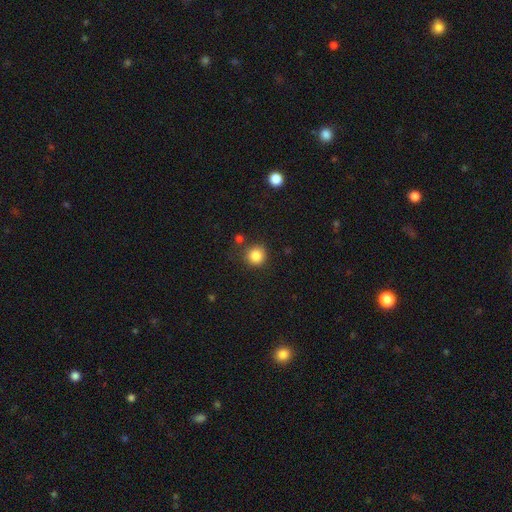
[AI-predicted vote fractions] smooth-or-featured: smooth: 84% | star or artifact: 11% | featured or disk: 5%
  how-rounded: round: 93% | in between: 7% | cigar-shaped: 1%
  merging: none: 82% | minor disturbance: 10% | merger: 5% | major disturbance: 3%